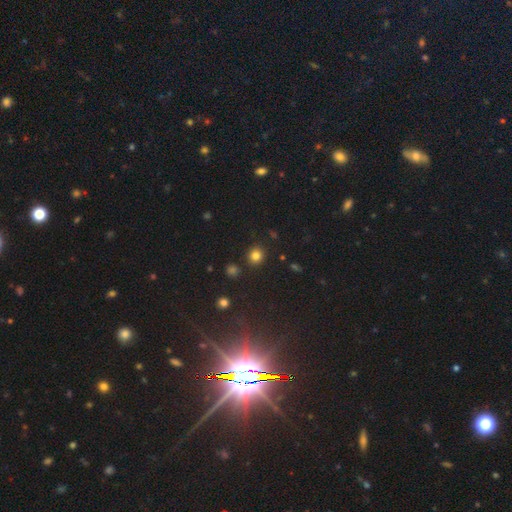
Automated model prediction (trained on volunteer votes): smooth 81%, star or artifact 14%, featured or disk 5%. Down the decision tree: how rounded — round (88%); merging — none (88%).